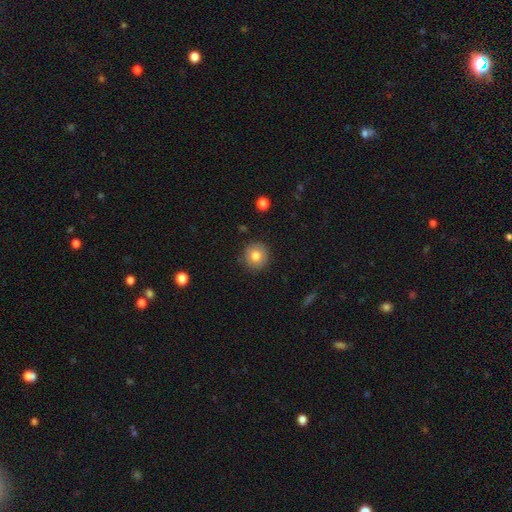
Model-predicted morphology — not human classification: type=smooth (80%); roundness=round (92%); merging=none (89%).